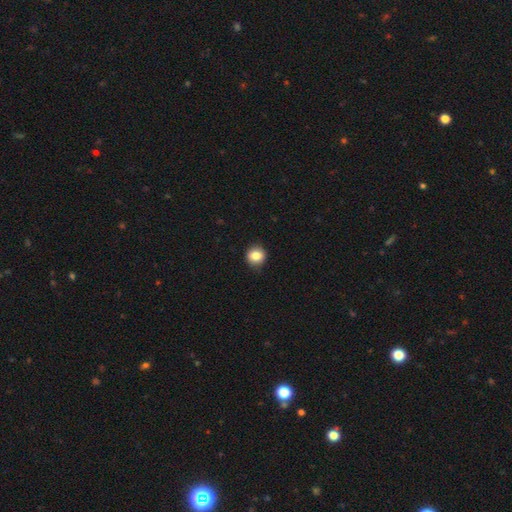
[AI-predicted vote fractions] A smooth galaxy with no disk features (83%) that is round (87%). Merging: none (88%).